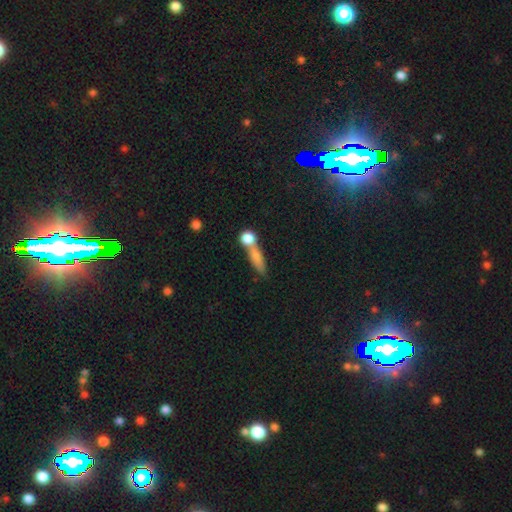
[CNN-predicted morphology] This is likely a smooth galaxy (74%). How rounded: possibly cigar-shaped (47%). Merging: marginally merger (41%).